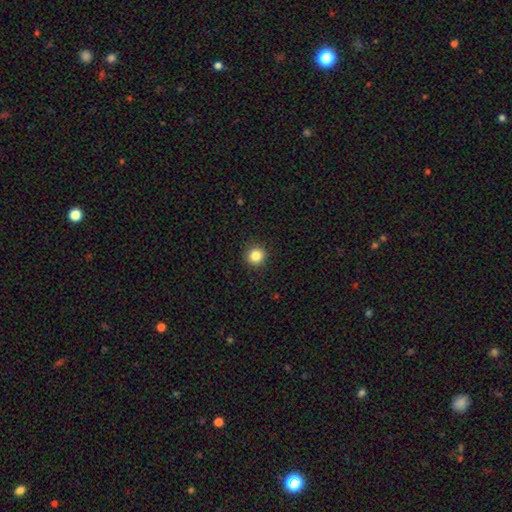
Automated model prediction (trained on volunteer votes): Smooth or featured? Predicted: smooth (p=0.84). How rounded? Predicted: round (p=0.94). Merging? Predicted: none (p=0.92).